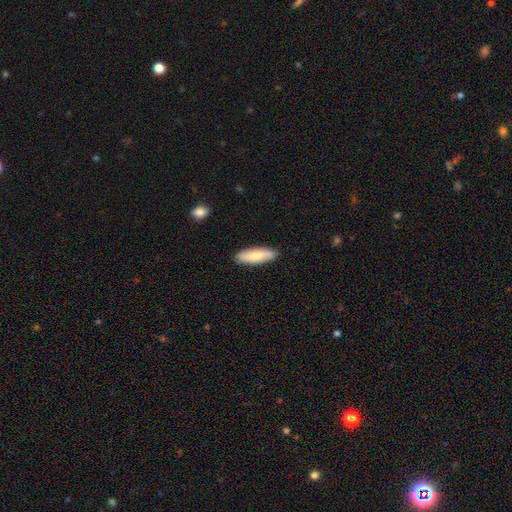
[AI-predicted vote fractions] smooth_or_featured: smooth (p=0.75) [alt: featured or disk p=0.20]
how_rounded: in between (p=0.50) [alt: cigar-shaped p=0.48]
merging: none (p=0.88) [alt: minor disturbance p=0.09]